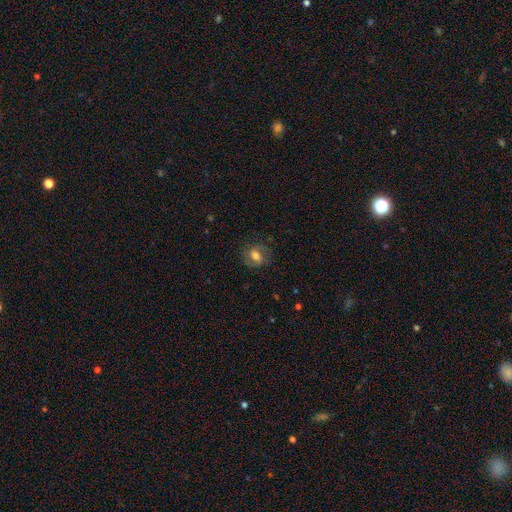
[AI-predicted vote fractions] The model was most divided on "smooth or featured": smooth: 49%, featured or disk: 41%, star or artifact: 10%. More confident: merging — none (75%).